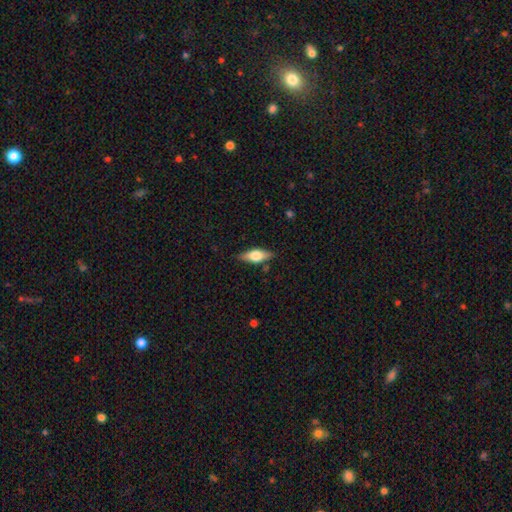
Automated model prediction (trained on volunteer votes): Smooth or featured? smooth (51%)
How rounded? in between (70%)
Merging? none (83%)